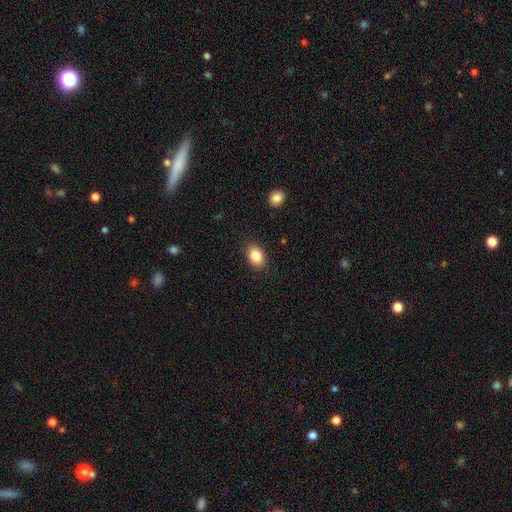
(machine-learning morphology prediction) Smooth or featured?
  - smooth: 85% *
  - star or artifact: 8%
  - featured or disk: 6%
How rounded?
  - in between: 78% *
  - round: 21%
  - cigar-shaped: 1%
Merging?
  - none: 86% *
  - minor disturbance: 10%
  - major disturbance: 3%
  - merger: 1%